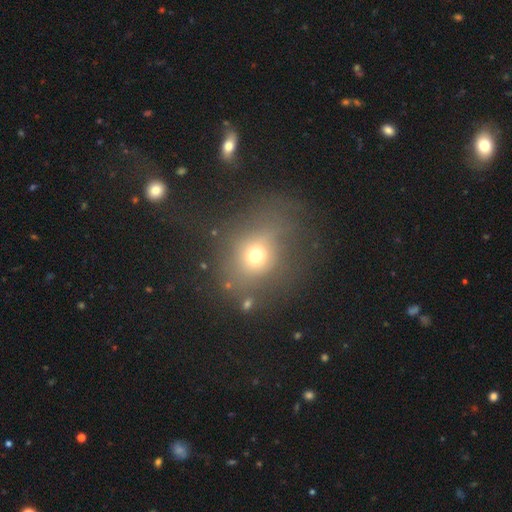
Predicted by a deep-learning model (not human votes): A smooth galaxy with no disk features (63%) that is round (74%).

Vote fractions:
- Smooth or featured? smooth: 63% / star or artifact: 20% / featured or disk: 17%
- How rounded? round: 74% / in between: 25% / cigar-shaped: 1%
- Merging? none: 56% / major disturbance: 20% / minor disturbance: 19% / merger: 5%